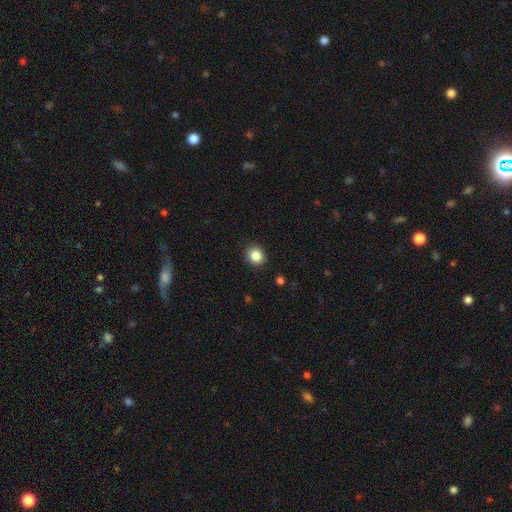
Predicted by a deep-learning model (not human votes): Smooth or featured?
  - smooth: 86% *
  - star or artifact: 10%
  - featured or disk: 4%
How rounded?
  - round: 80% *
  - in between: 19%
  - cigar-shaped: 1%
Merging?
  - none: 90% *
  - minor disturbance: 7%
  - major disturbance: 2%
  - merger: 1%